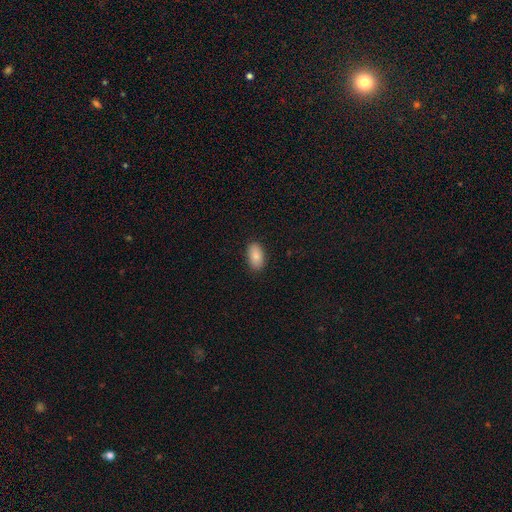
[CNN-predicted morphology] This is clearly a smooth galaxy (87%). How rounded: clearly in between (94%). Merging: clearly none (88%).